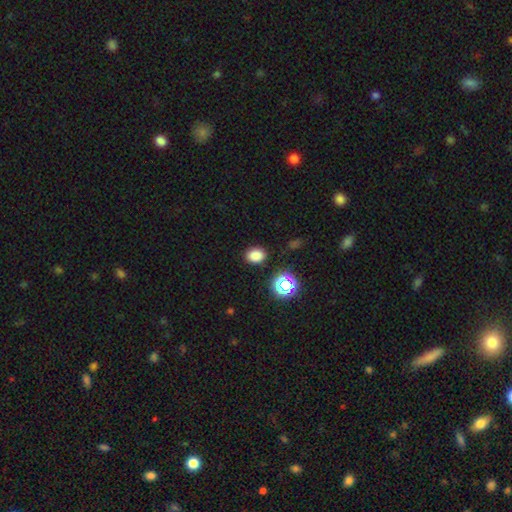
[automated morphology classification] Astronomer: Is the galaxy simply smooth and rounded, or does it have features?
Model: smooth — 79%.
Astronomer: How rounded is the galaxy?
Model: in between — 63%.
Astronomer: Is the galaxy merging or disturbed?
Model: none — 86%.